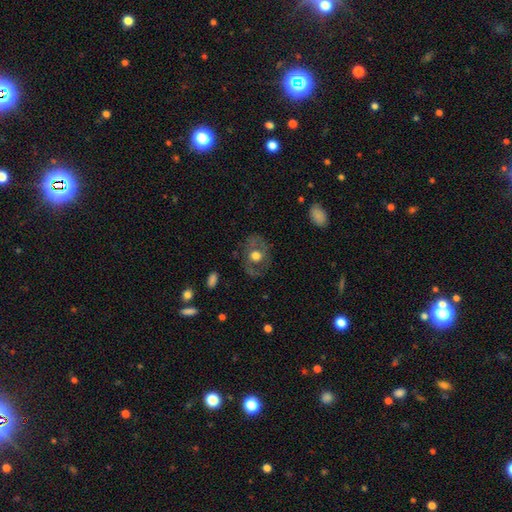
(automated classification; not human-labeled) A featured or disk galaxy (54%) with no bar (82%), no spiral arms (67%) and a moderate central bulge (59%). Merging: none (73%).